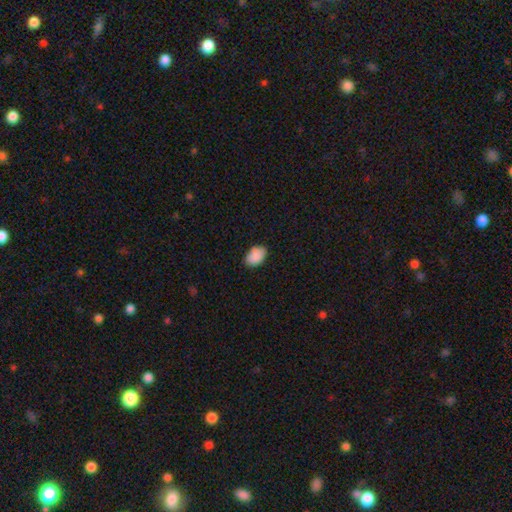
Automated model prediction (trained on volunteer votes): Morphology: type=smooth (89%); roundness=in between (86%); merging=none (79%).